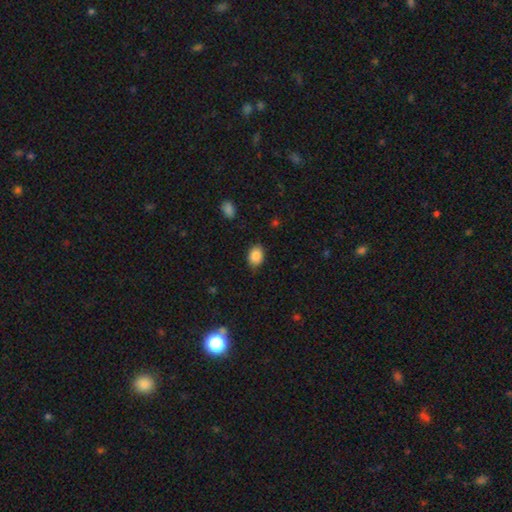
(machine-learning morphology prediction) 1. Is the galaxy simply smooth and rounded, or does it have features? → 86% smooth, 8% star or artifact, 6% featured or disk.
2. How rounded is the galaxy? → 71% in between, 28% round, 1% cigar-shaped.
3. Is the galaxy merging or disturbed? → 81% none, 15% minor disturbance, 3% major disturbance, 1% merger.